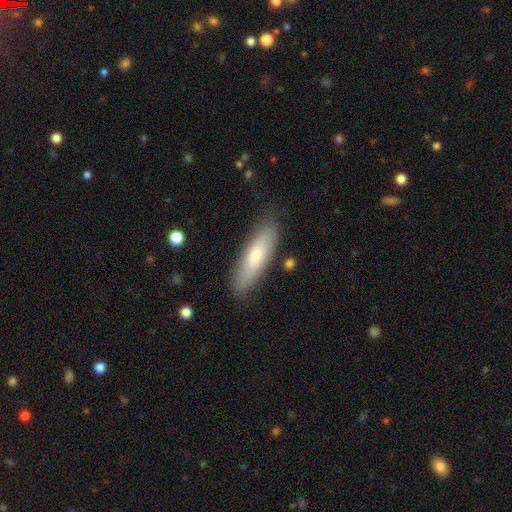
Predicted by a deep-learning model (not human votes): smooth_or_featured: smooth (p=0.71) [alt: featured or disk p=0.23]
how_rounded: cigar-shaped (p=0.55) [alt: in between p=0.43]
merging: none (p=0.82) [alt: minor disturbance p=0.13]